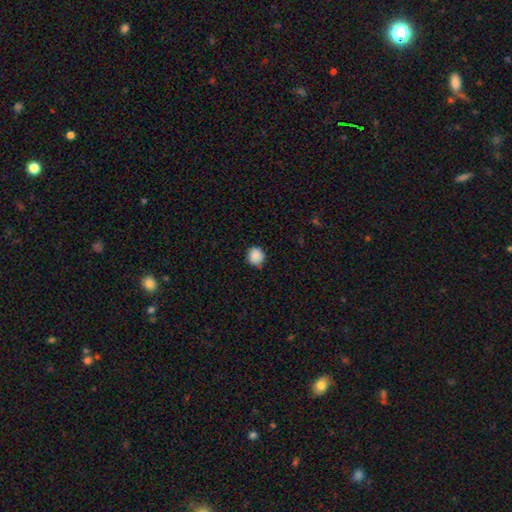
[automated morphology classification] The model was most divided on "merging": none: 83%, minor disturbance: 14%, major disturbance: 2%, merger: 1%. More confident: smooth or featured — smooth (88%); how rounded — round (87%).